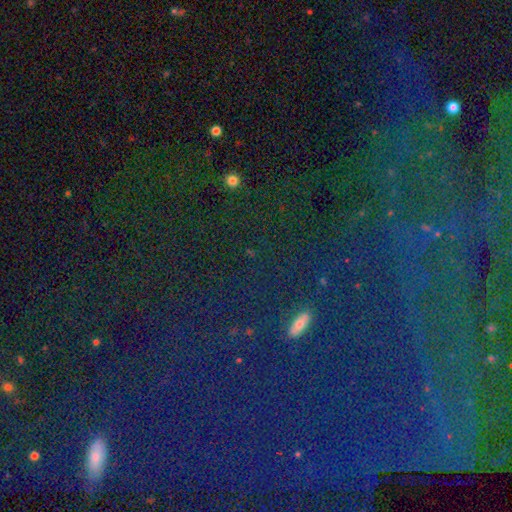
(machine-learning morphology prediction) A star or artifact, not a galaxy (77%).